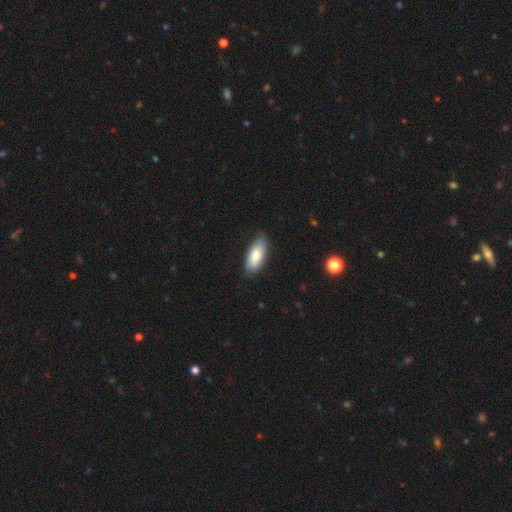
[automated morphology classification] type=smooth (80%); roundness=in between (83%); merging=none (83%).